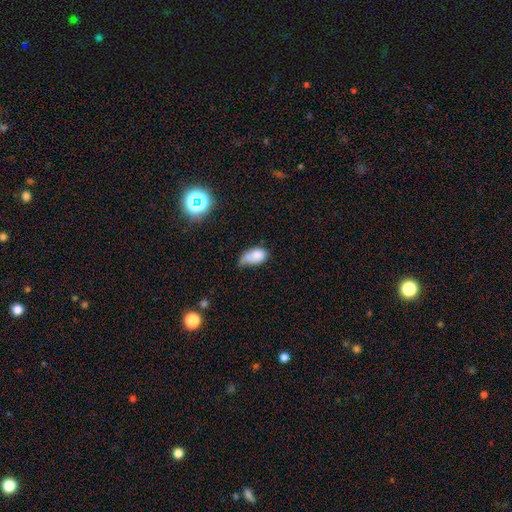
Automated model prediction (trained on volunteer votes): Smooth or featured: smooth — 77% (featured or disk — 13%)
How rounded: in between — 89% (round — 8%)
Merging: minor disturbance — 43% (none — 25%)